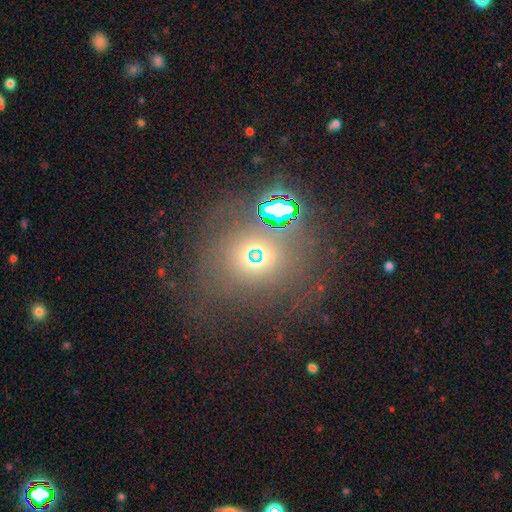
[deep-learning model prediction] star or artifact 46%, smooth 34%, featured or disk 20%.